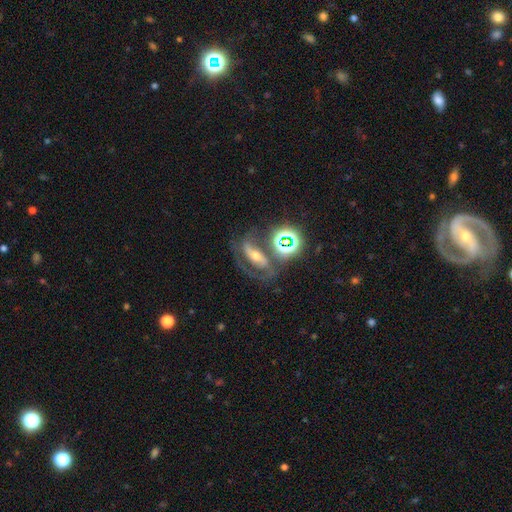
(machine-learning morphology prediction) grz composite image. It shows a featured or disk galaxy (64%) with a strong bar (49%), spiral arms (81%) and a moderate central bulge (57%). Merging: none (54%).